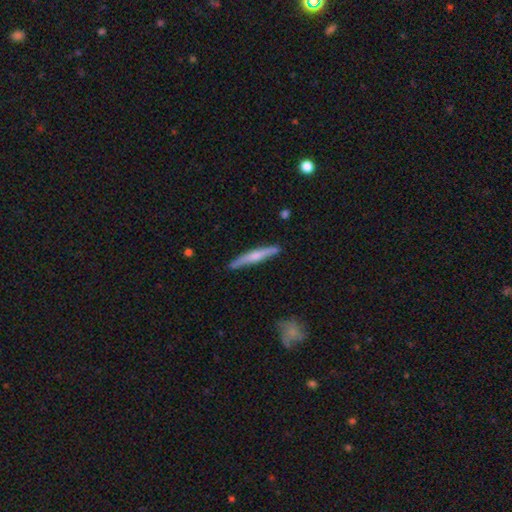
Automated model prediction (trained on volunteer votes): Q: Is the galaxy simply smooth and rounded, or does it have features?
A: featured or disk — 50%.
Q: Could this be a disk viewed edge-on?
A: yes — 96%.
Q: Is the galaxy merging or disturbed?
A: none — 87%.